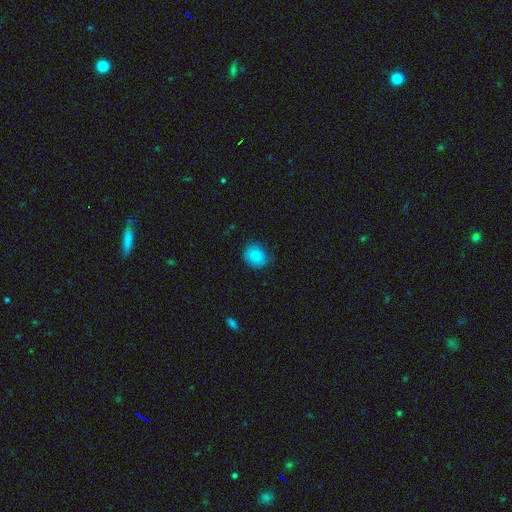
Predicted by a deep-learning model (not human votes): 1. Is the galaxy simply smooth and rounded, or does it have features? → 87% smooth, 9% star or artifact, 4% featured or disk.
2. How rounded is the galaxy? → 73% round, 26% in between, 1% cigar-shaped.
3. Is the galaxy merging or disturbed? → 78% none, 17% minor disturbance, 4% major disturbance, 1% merger.